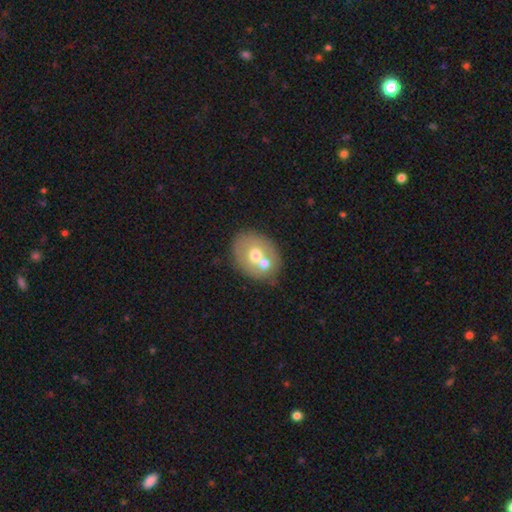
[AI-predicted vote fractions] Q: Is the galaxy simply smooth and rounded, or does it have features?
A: smooth — 54%.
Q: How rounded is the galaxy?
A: in between — 53%.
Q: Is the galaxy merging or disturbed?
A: none — 43%.